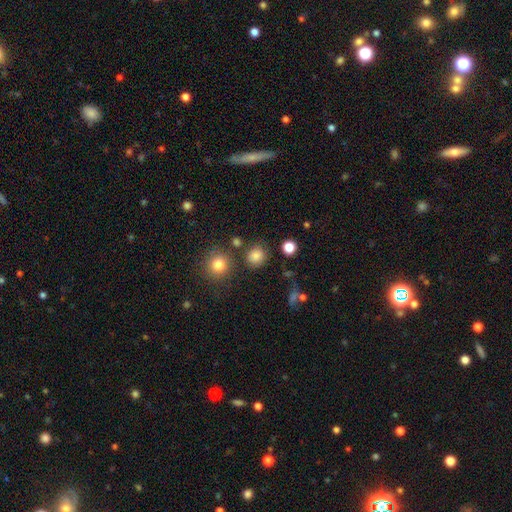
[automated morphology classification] smooth_or_featured: smooth (p=0.83) [alt: star or artifact p=0.13]
how_rounded: round (p=0.84) [alt: in between p=0.15]
merging: none (p=0.82) [alt: minor disturbance p=0.09]